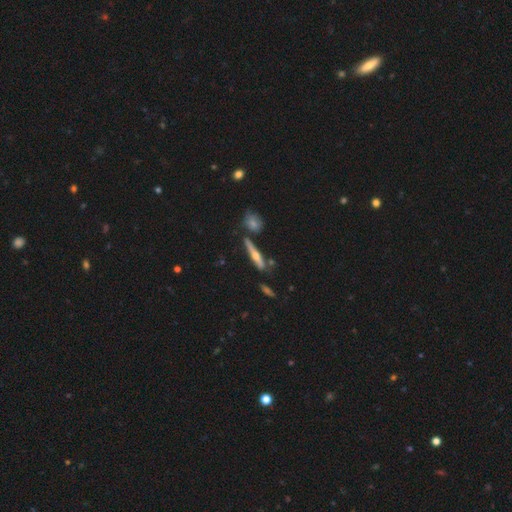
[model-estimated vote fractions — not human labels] A featured or disk galaxy (61%) viewed edge-on (94%) with a rounded central bulge (90%).

Vote fractions:
- Smooth or featured? featured or disk: 61% / smooth: 32% / star or artifact: 7%
- Edge-on disk? yes: 94% / no: 6%
- Edge-on bulge? rounded: 90% / none: 7% / boxy: 3%
- Merging? none: 75% / minor disturbance: 13% / merger: 9% / major disturbance: 3%